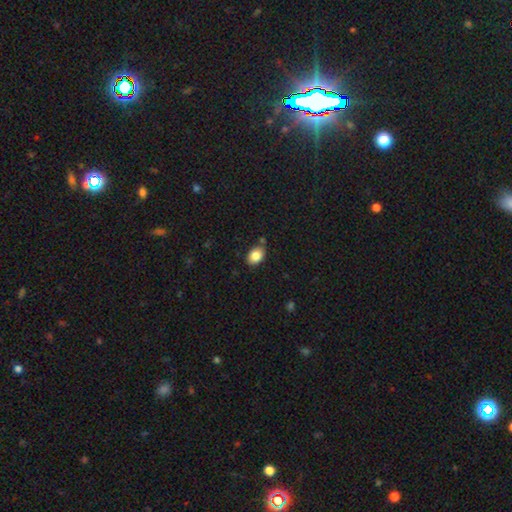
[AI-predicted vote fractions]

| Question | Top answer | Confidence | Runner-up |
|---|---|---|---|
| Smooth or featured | smooth | 84% | star or artifact (9%) |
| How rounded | in between | 74% | round (24%) |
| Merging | none | 81% | minor disturbance (13%) |